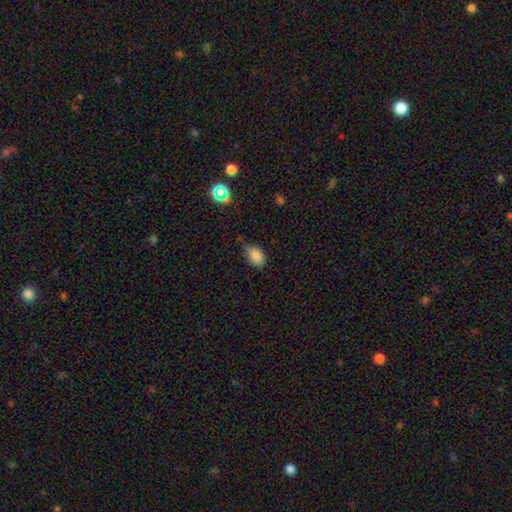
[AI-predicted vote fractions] Smooth or featured? Predicted: smooth (p=0.86). How rounded? Predicted: in between (p=0.88). Merging? Predicted: none (p=0.63).